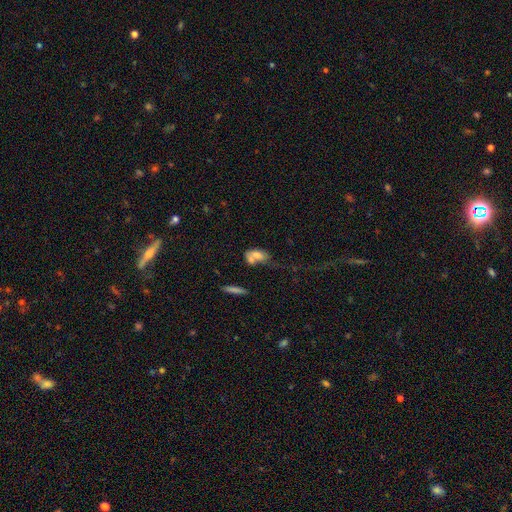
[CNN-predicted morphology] Smooth or featured?
  - smooth: 68% *
  - featured or disk: 23%
  - star or artifact: 9%
How rounded?
  - in between: 83% *
  - round: 10%
  - cigar-shaped: 7%
Merging?
  - merger: 45% *
  - none: 25%
  - minor disturbance: 16%
  - major disturbance: 15%